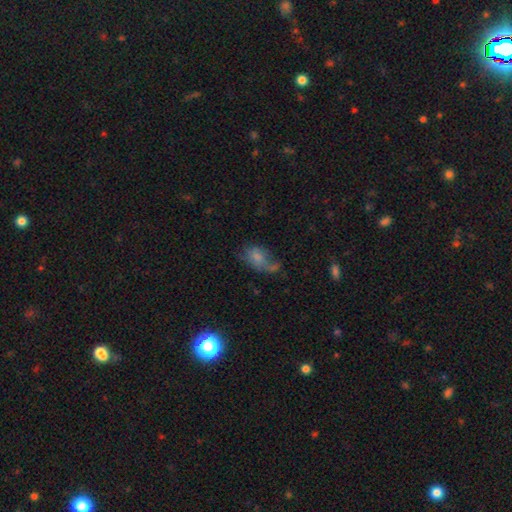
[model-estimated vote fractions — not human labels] A smooth galaxy with no disk features (41%).

Vote fractions:
- Smooth or featured? smooth: 41% / star or artifact: 36% / featured or disk: 23%
- Merging? none: 56% / minor disturbance: 19% / major disturbance: 16% / merger: 9%